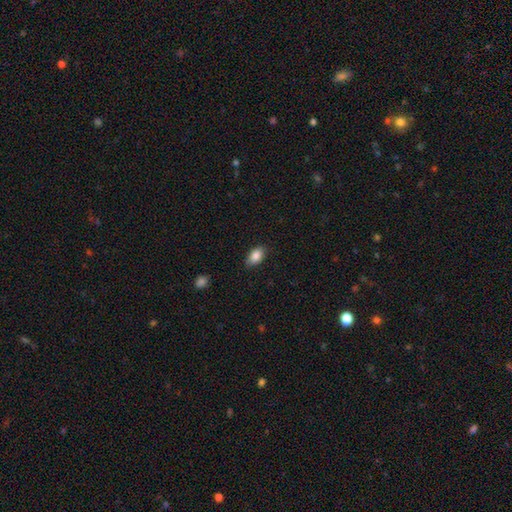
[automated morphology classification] Smooth or featured? Predicted: smooth (p=0.86). How rounded? Predicted: in between (p=0.88). Merging? Predicted: none (p=0.83).